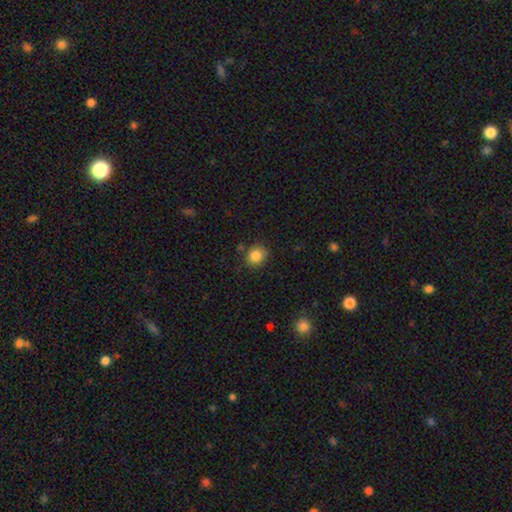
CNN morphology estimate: This appears to be a smooth galaxy with no disk features (85%) that is round (79%). Merging: none (81%).